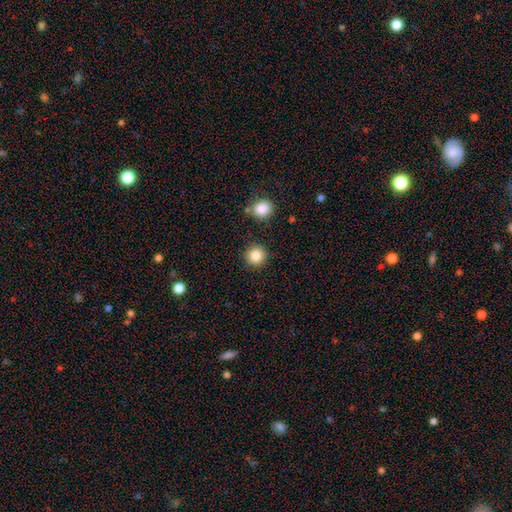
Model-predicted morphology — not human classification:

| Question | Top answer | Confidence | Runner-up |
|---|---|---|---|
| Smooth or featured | smooth | 86% | star or artifact (10%) |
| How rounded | round | 94% | in between (5%) |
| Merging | none | 89% | minor disturbance (6%) |